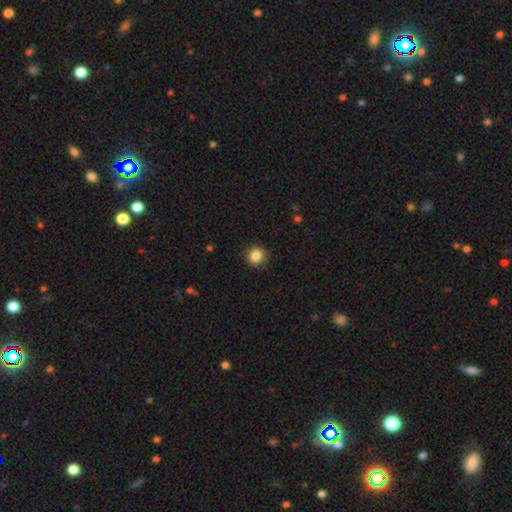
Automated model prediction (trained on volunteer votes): Morphology: type=smooth (86%); roundness=round (84%); merging=none (87%).